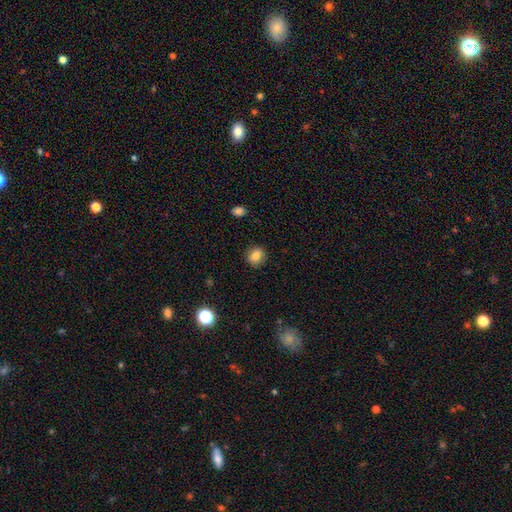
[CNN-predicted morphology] Smooth or featured?
  - smooth: 82% *
  - star or artifact: 10%
  - featured or disk: 7%
How rounded?
  - round: 80% *
  - in between: 19%
  - cigar-shaped: 1%
Merging?
  - none: 89% *
  - minor disturbance: 8%
  - major disturbance: 2%
  - merger: 1%